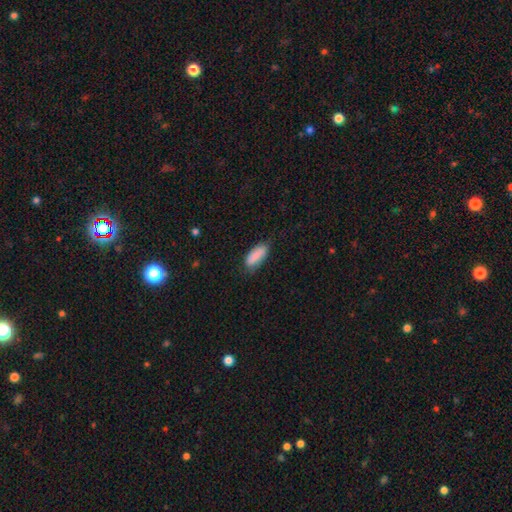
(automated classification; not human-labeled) smooth-or-featured: smooth: 87% | featured or disk: 7% | star or artifact: 6%
  how-rounded: in between: 78% | cigar-shaped: 20% | round: 2%
  merging: none: 71% | minor disturbance: 23% | major disturbance: 4% | merger: 1%